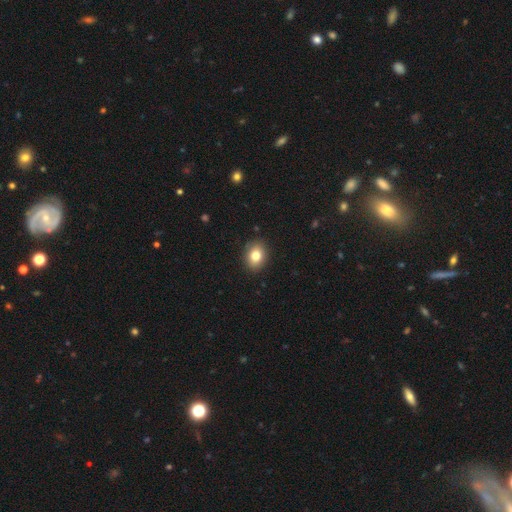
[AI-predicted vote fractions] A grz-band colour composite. It shows a smooth galaxy with no disk features (81%) that is in between round and cigar-shaped (58%). Merging: none (89%).